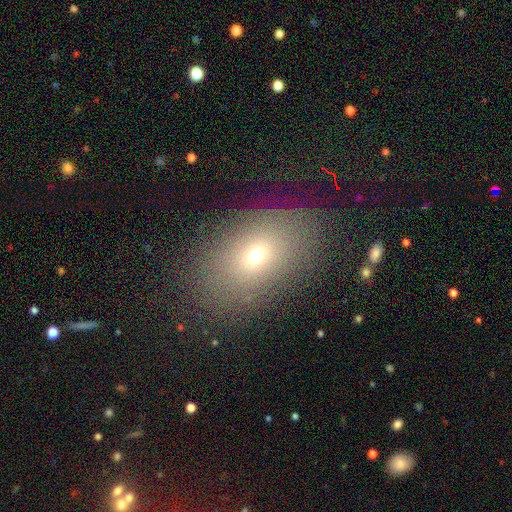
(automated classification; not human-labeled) smooth 65%, star or artifact 19%, featured or disk 17%. Down the decision tree: how rounded — in between (77%); merging — none (82%).